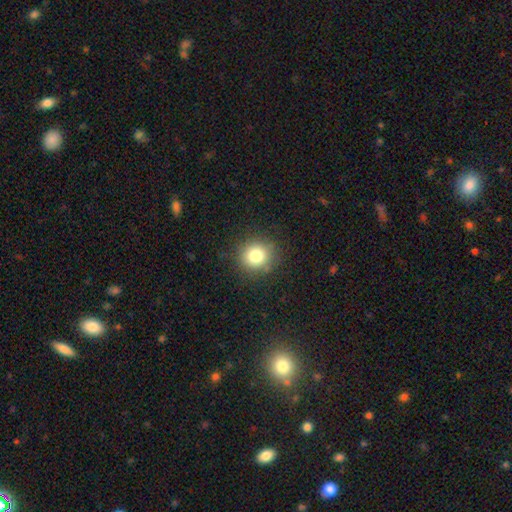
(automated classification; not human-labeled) Smooth or featured?
  - smooth: 80% *
  - star or artifact: 12%
  - featured or disk: 8%
How rounded?
  - round: 89% *
  - in between: 10%
  - cigar-shaped: 1%
Merging?
  - none: 87% *
  - minor disturbance: 9%
  - major disturbance: 3%
  - merger: 1%